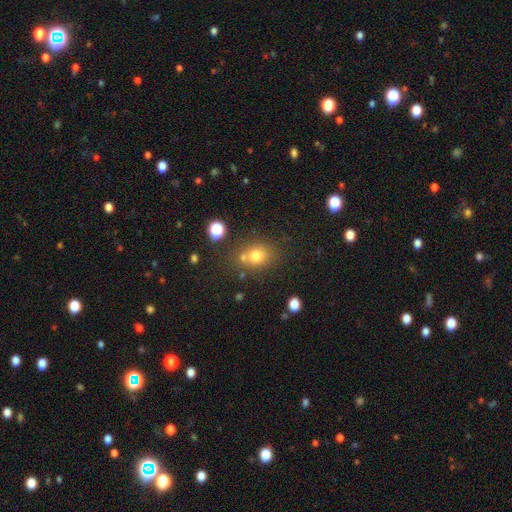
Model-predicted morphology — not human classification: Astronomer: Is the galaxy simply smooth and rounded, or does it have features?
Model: smooth — 73%.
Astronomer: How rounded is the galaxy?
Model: round — 60% (runner-up: in between, 39%).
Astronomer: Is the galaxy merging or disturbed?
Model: none — 65%.